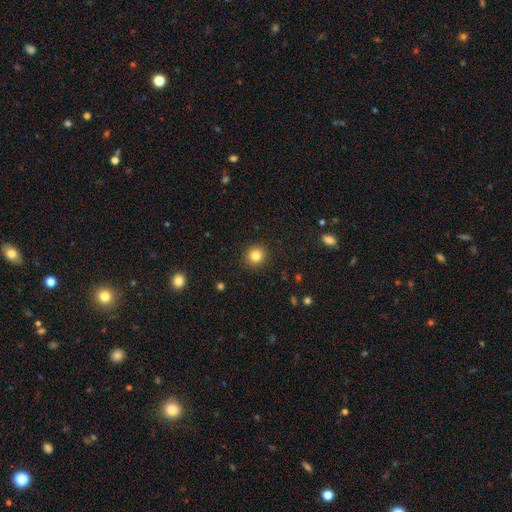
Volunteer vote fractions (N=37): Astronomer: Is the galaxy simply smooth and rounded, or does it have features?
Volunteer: smooth — 92%.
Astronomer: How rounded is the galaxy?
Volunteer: round — 91%.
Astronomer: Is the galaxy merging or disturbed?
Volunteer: none — 97%.